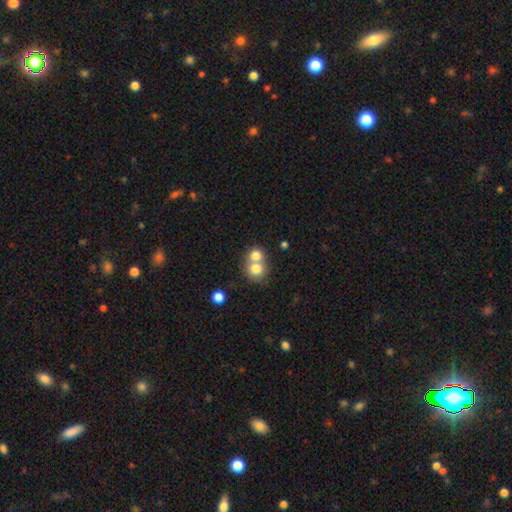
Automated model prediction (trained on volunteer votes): smooth_or_featured: smooth (p=0.76) [alt: featured or disk p=0.13]
how_rounded: round (p=0.77) [alt: in between p=0.22]
merging: merger (p=0.63) [alt: none p=0.30]